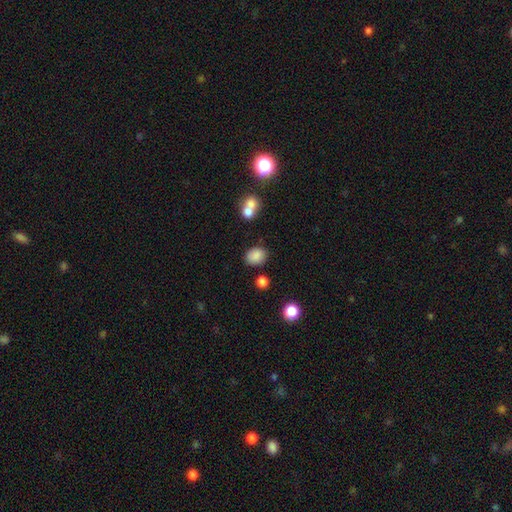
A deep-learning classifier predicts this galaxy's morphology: Smooth or featured? Predicted: smooth (p=0.84). How rounded? Predicted: in between (p=0.51). Merging? Predicted: none (p=0.76).